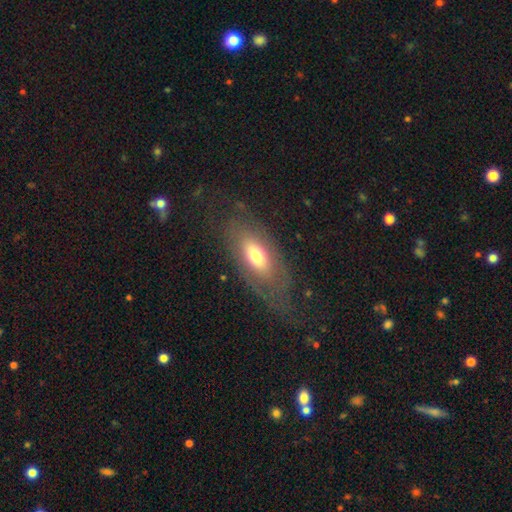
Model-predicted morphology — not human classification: Overall: smooth (50%; featured or disk 42%). Merging: none (64%).